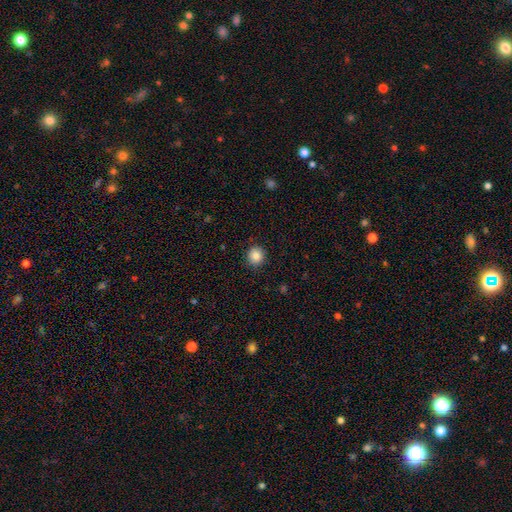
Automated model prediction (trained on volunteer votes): The model was most divided on "smooth or featured": smooth: 85%, star or artifact: 10%, featured or disk: 5%. More confident: merging — none (90%); how rounded — round (88%).